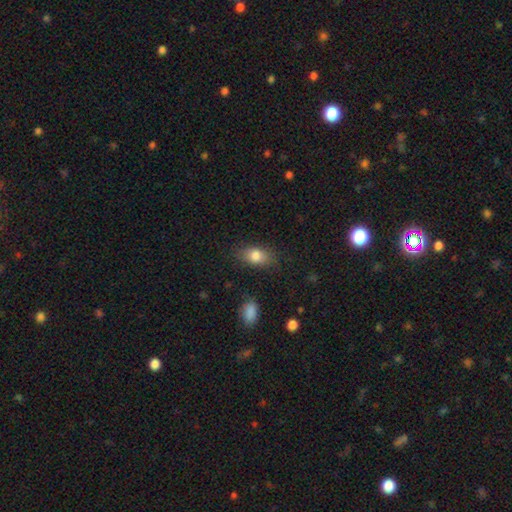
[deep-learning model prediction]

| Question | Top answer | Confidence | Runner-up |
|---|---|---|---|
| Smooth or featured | smooth | 81% | featured or disk (10%) |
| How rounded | in between | 84% | round (12%) |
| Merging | none | 79% | minor disturbance (15%) |